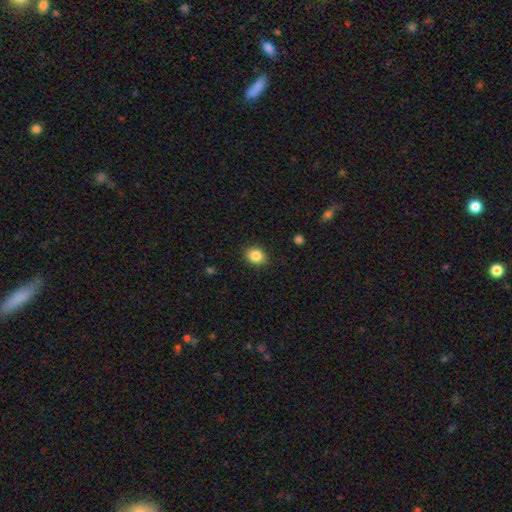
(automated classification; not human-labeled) A smooth galaxy with no disk features (85%) that is round (61%). Merging: none (87%).